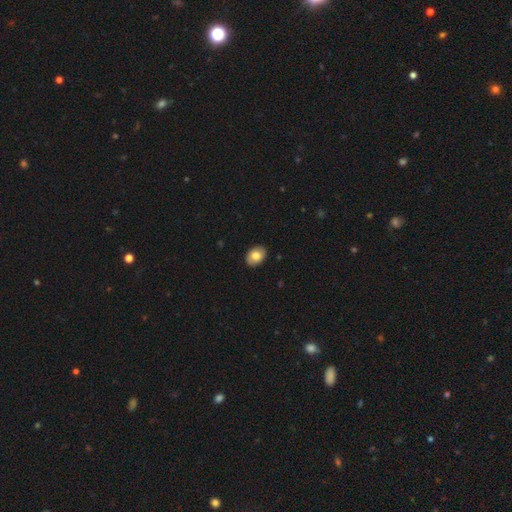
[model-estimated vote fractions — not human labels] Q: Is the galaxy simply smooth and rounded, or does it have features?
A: smooth — 81%.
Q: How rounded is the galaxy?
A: in between — 78%.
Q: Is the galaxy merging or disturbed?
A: none — 89%.